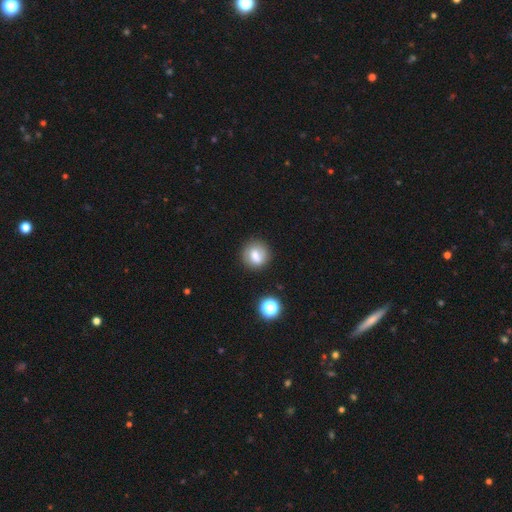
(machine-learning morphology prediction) smooth-or-featured: smooth: 68% | featured or disk: 22% | star or artifact: 11%
  how-rounded: round: 83% | in between: 16% | cigar-shaped: 1%
  merging: none: 79% | minor disturbance: 13% | major disturbance: 4% | merger: 4%